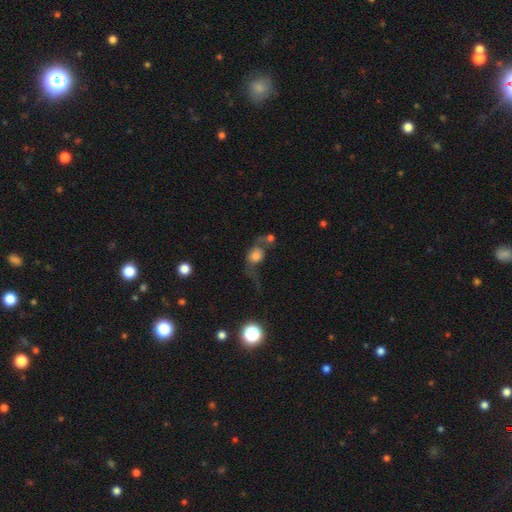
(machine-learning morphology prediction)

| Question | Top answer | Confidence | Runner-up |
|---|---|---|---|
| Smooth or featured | smooth | 56% | featured or disk (30%) |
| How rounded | round | 55% | in between (42%) |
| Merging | major disturbance | 39% | merger (26%) |